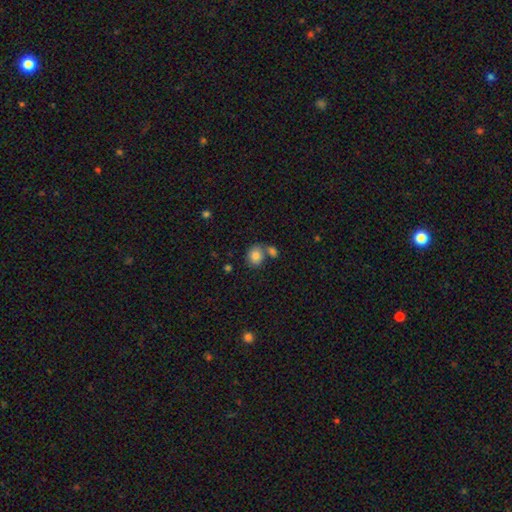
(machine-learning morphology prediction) Smooth or featured? Predicted: smooth (p=0.84). How rounded? Predicted: round (p=0.63). Merging? Predicted: none (p=0.49).